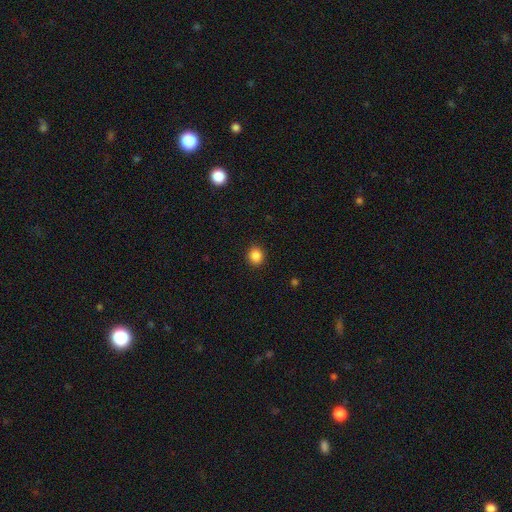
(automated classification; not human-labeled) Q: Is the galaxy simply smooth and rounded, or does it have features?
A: smooth — 86%.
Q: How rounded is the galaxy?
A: round — 81%.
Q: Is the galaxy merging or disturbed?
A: none — 92%.